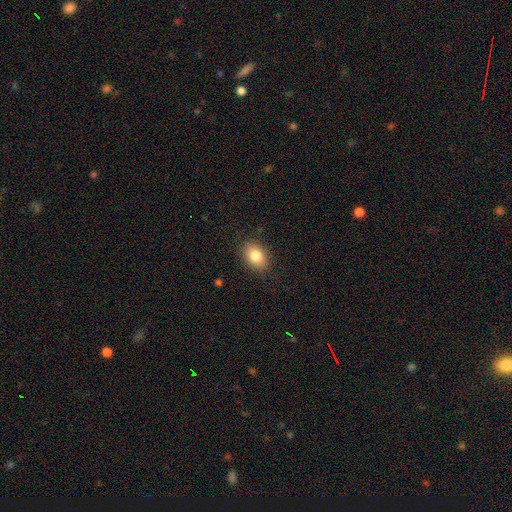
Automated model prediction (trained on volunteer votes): smooth_or_featured: smooth (p=0.83) [alt: featured or disk p=0.09]
how_rounded: in between (p=0.80) [alt: round p=0.18]
merging: none (p=0.86) [alt: minor disturbance p=0.10]